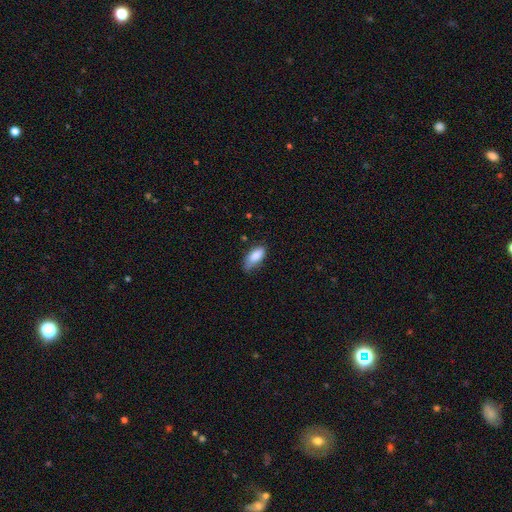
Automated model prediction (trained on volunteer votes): A smooth galaxy with no disk features (84%) that is in between round and cigar-shaped (89%). Merging: none (49%).